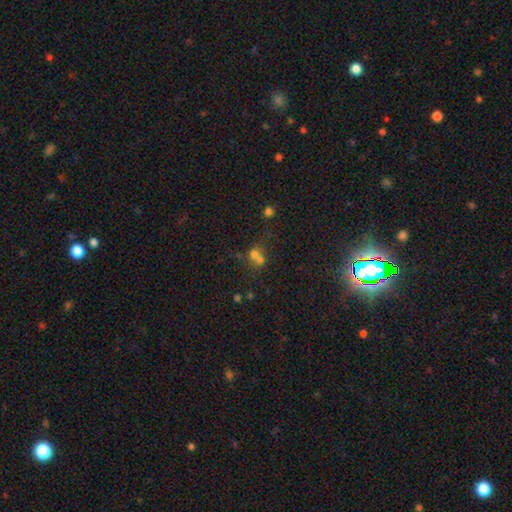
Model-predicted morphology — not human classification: A smooth galaxy with no disk features (63%) that is round (76%).

Vote fractions:
- Smooth or featured? smooth: 63% / star or artifact: 19% / featured or disk: 18%
- How rounded? round: 76% / in between: 22% / cigar-shaped: 1%
- Merging? merger: 61% / none: 29% / minor disturbance: 6% / major disturbance: 4%